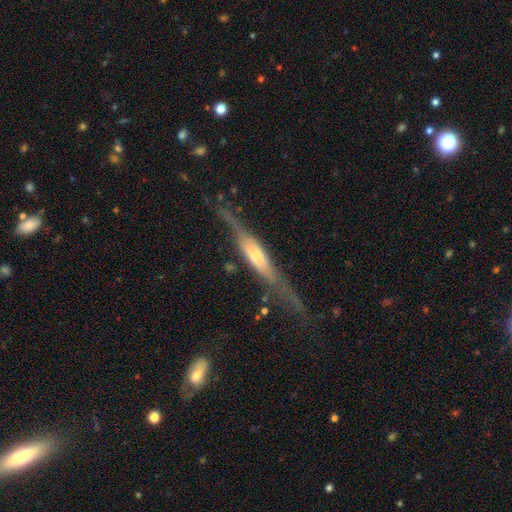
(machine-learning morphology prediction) Smooth or featured?
  - featured or disk: 75% *
  - smooth: 19%
  - star or artifact: 6%
Edge-on disk?
  - yes: 92% *
  - no: 8%
Edge-on bulge?
  - rounded: 52% *
  - boxy: 35%
  - none: 13%
Merging?
  - none: 65% *
  - minor disturbance: 21%
  - major disturbance: 11%
  - merger: 3%